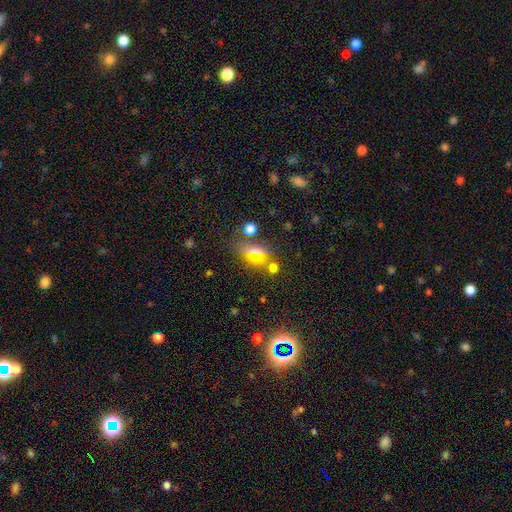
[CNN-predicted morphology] This is possibly a smooth galaxy (53%). How rounded: possibly in between (52%). Merging: likely none (70%).